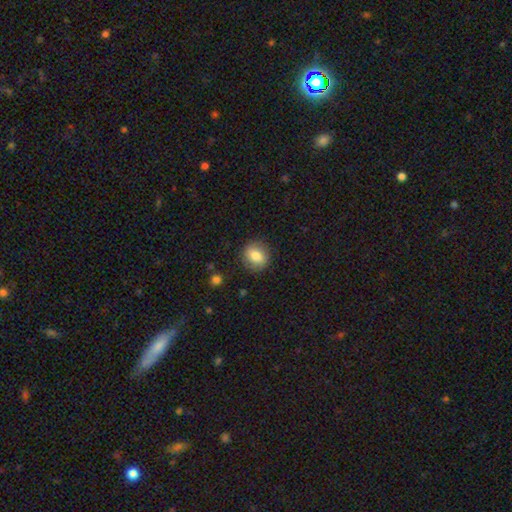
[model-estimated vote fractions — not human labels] This is clearly a smooth galaxy (80%). How rounded: likely round (68%). Merging: clearly none (86%).